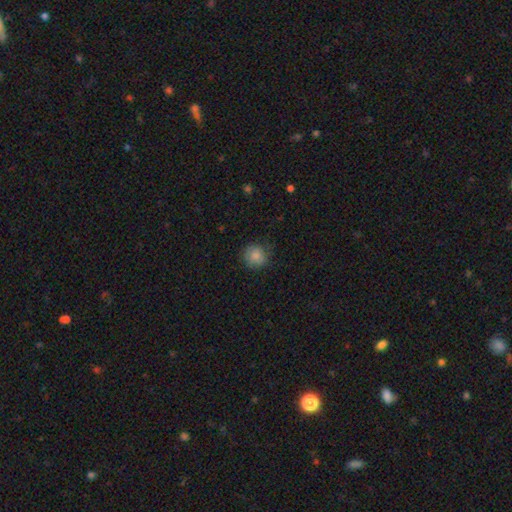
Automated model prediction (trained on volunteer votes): A smooth galaxy with no disk features (85%) that is round (89%). Merging: none (80%).